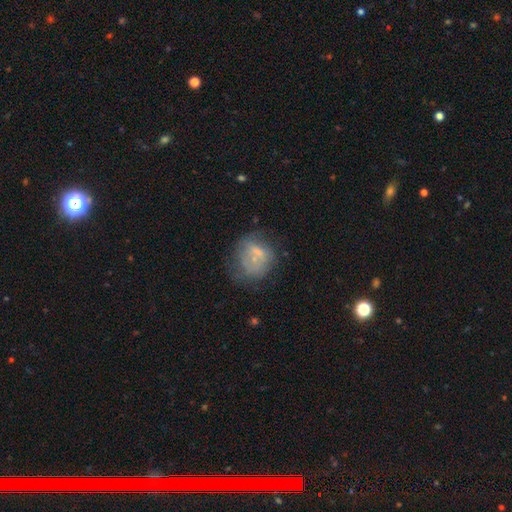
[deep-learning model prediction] Overall: smooth (52%; featured or disk 36%). How rounded: round (69%; in between 29%). Merging: none (43%; minor disturbance 24%).